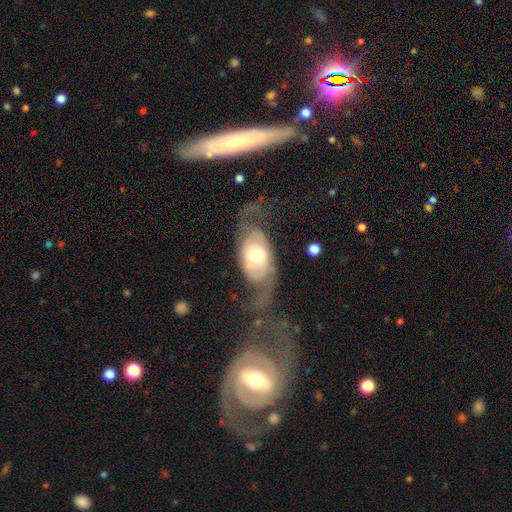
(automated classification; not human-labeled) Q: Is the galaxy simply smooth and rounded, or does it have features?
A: featured or disk — 69%.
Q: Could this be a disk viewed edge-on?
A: no — 90%.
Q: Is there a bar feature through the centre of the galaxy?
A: no — 59%.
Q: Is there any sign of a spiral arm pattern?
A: yes — 77%.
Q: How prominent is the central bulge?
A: moderate — 63%.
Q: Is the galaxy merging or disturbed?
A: none — 49%.